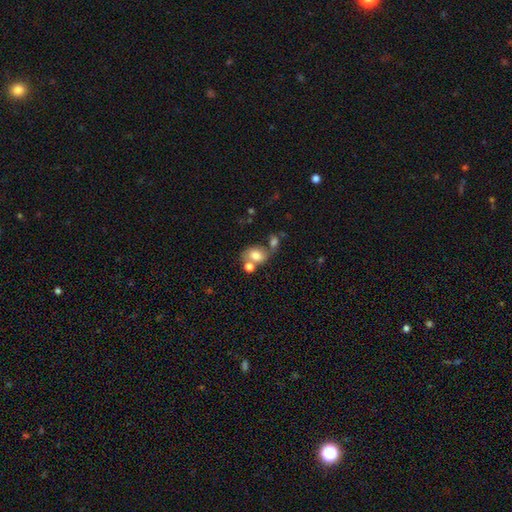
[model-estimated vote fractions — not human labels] Overall: smooth (73%). How rounded: in between (64%; round 35%). Merging: none (46%; merger 34%).